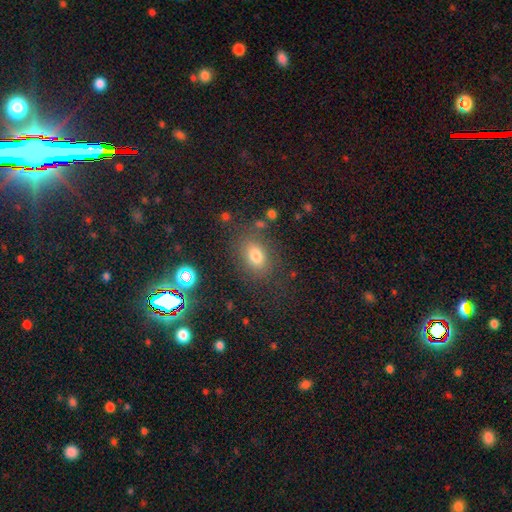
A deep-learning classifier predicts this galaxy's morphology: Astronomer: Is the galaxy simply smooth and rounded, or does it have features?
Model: smooth — 76%.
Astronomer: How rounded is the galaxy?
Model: in between — 67%.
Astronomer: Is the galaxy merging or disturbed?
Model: none — 77%.